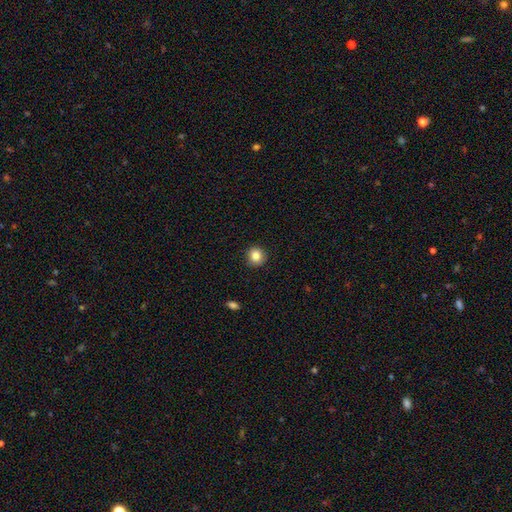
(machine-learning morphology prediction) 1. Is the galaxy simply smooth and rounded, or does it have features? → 85% smooth, 10% star or artifact, 5% featured or disk.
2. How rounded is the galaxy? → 91% round, 8% in between, 1% cigar-shaped.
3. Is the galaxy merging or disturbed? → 91% none, 6% minor disturbance, 2% major disturbance, 1% merger.